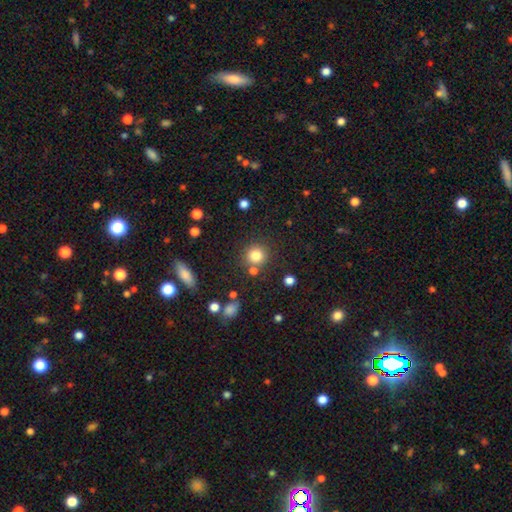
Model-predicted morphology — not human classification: Q: Smooth or featured?
A: smooth (81%); runner-up: star or artifact (13%)
Q: How rounded?
A: round (90%); runner-up: in between (9%)
Q: Merging?
A: none (78%); runner-up: merger (10%)